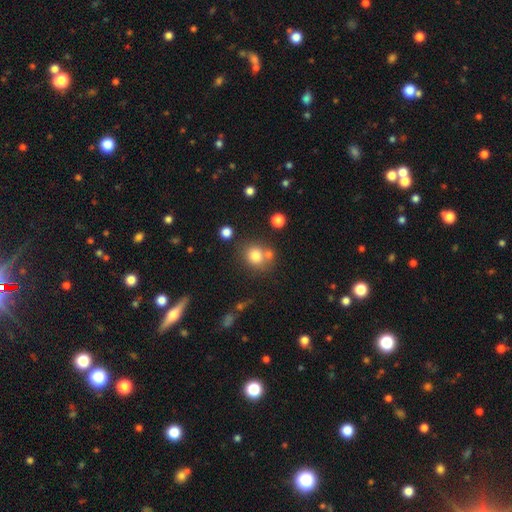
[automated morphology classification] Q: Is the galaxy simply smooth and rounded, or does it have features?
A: smooth — 79%.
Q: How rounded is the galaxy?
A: round — 79%.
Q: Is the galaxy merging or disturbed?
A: none — 62%.